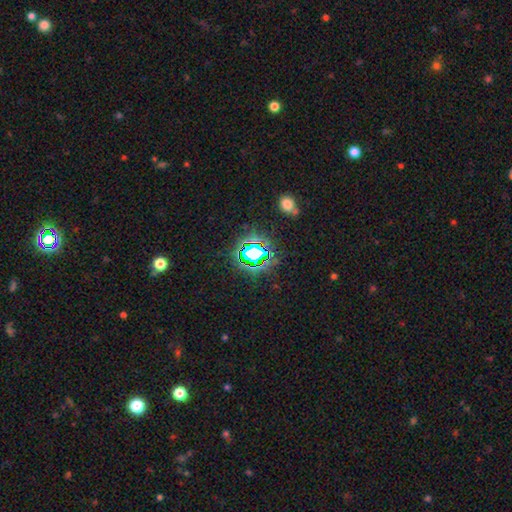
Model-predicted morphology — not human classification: smooth-or-featured: star or artifact: 74% | smooth: 16% | featured or disk: 11%